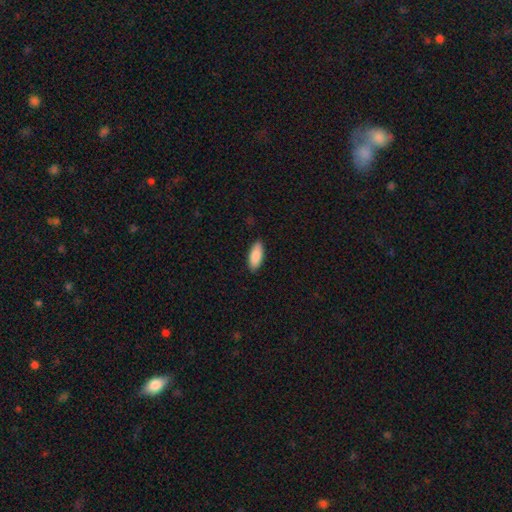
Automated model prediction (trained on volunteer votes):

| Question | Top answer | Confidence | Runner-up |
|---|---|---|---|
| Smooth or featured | smooth | 89% | featured or disk (6%) |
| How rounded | in between | 82% | cigar-shaped (16%) |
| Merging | none | 88% | minor disturbance (9%) |